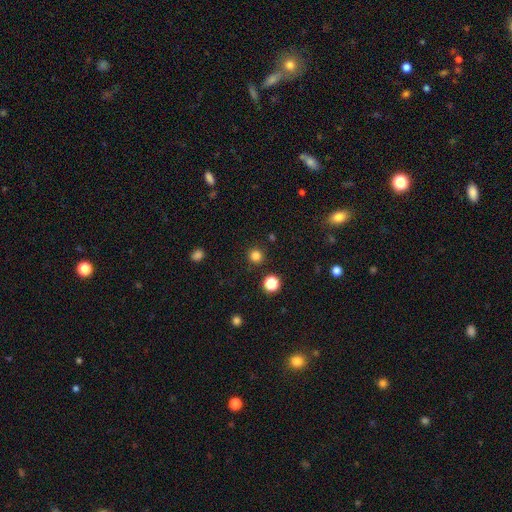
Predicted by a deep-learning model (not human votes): Smooth or featured? smooth (82%)
How rounded? round (95%)
Merging? none (91%)